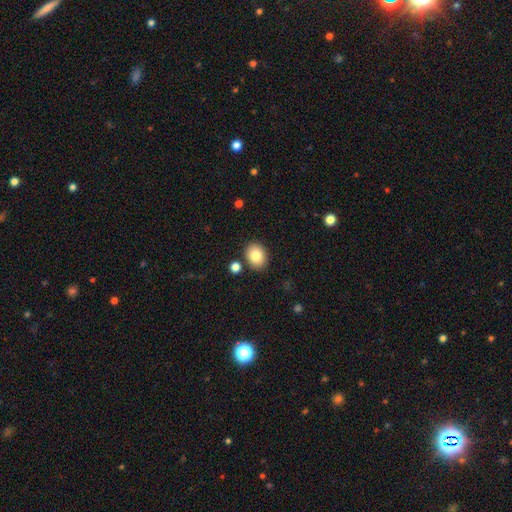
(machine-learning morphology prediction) smooth-or-featured: smooth: 83% | star or artifact: 9% | featured or disk: 8%
  how-rounded: in between: 55% | round: 44% | cigar-shaped: 1%
  merging: none: 85% | minor disturbance: 8% | merger: 4% | major disturbance: 2%